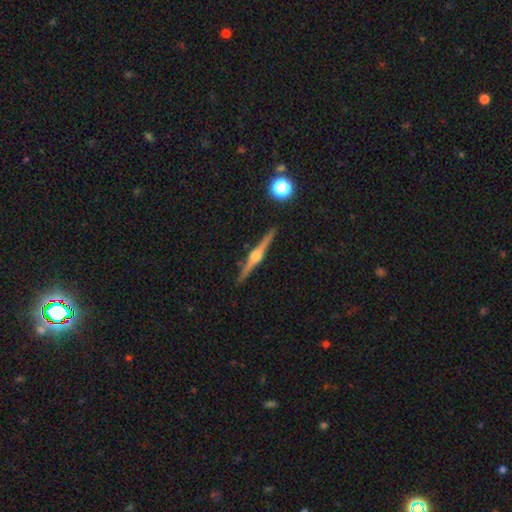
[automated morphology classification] A featured or disk galaxy (85%) viewed edge-on (99%) with a rounded central bulge (92%).

Vote fractions:
- Smooth or featured? featured or disk: 85% / smooth: 9% / star or artifact: 6%
- Edge-on disk? yes: 99% / no: 1%
- Edge-on bulge? rounded: 92% / boxy: 6% / none: 3%
- Merging? none: 92% / minor disturbance: 5% / major disturbance: 1% / merger: 1%